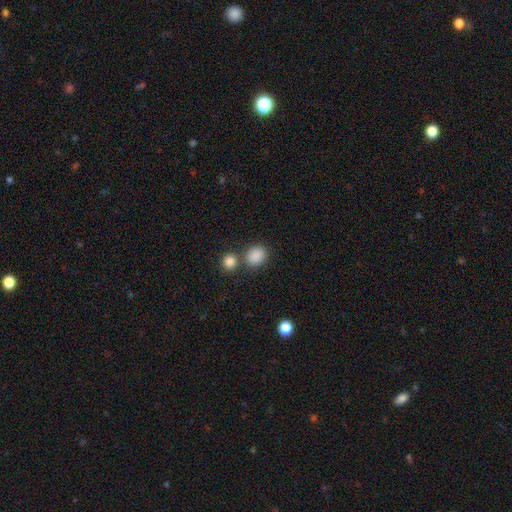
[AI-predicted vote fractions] This is clearly a smooth galaxy (86%). How rounded: likely round (62%). Merging: likely none (67%).